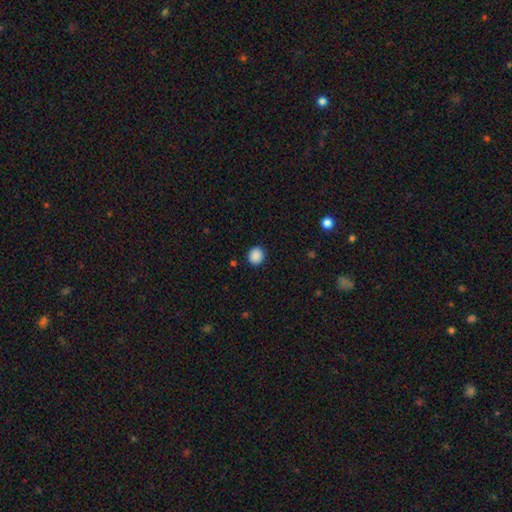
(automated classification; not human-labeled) smooth 89%, star or artifact 9%, featured or disk 2%. Down the decision tree: how rounded — round (85%); merging — none (91%).